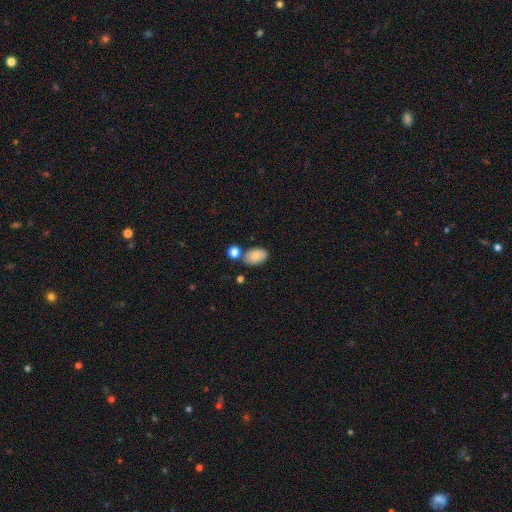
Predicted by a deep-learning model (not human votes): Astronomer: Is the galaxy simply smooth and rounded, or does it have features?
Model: smooth — 82%.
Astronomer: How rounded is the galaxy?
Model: in between — 89%.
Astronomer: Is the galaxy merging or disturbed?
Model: none — 69%.